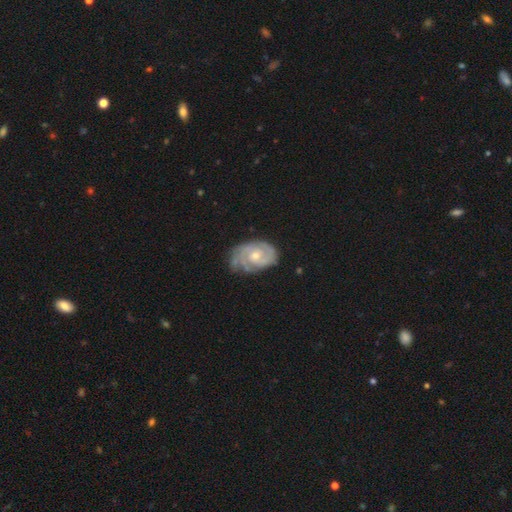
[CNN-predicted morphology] Smooth or featured?
  - featured or disk: 83% *
  - smooth: 12%
  - star or artifact: 5%
Edge-on disk?
  - no: 97% *
  - yes: 3%
Bar?
  - no: 67% *
  - weak: 29%
  - strong: 4%
Spiral arms?
  - yes: 95% *
  - no: 5%
Spiral winding?
  - tight: 64% *
  - medium: 29%
  - loose: 7%
Spiral arm count?
  - 2: 45% *
  - can't tell: 24%
  - 3: 18%
  - 1: 5%
  - 4: 4%
  - more than 4: 3%
Bulge size?
  - moderate: 49% *
  - small: 47%
  - large: 2%
  - none: 2%
  - dominant: 1%
Merging?
  - none: 62% *
  - minor disturbance: 27%
  - major disturbance: 9%
  - merger: 2%